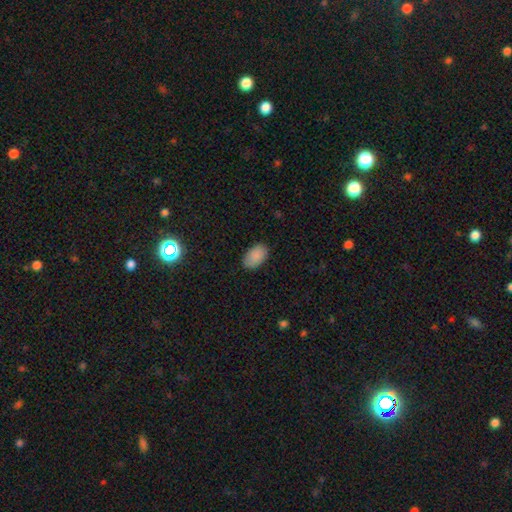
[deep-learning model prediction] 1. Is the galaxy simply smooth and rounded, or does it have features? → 88% smooth, 7% star or artifact, 4% featured or disk.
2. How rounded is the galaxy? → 93% in between, 6% round, 1% cigar-shaped.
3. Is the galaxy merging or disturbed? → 85% none, 11% minor disturbance, 2% major disturbance, 1% merger.